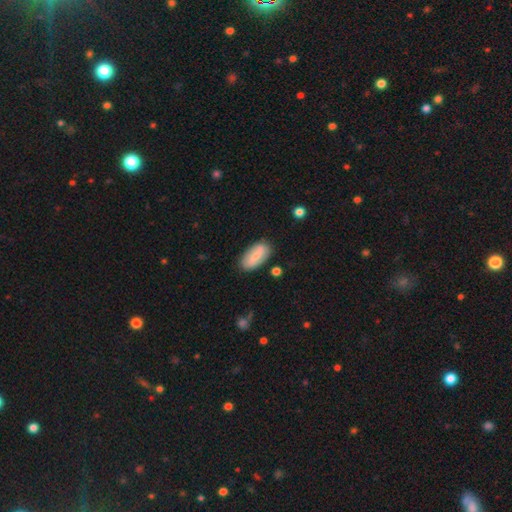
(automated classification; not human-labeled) Smooth or featured? Predicted: smooth (p=0.65). How rounded? Predicted: in between (p=0.90). Merging? Predicted: none (p=0.82).